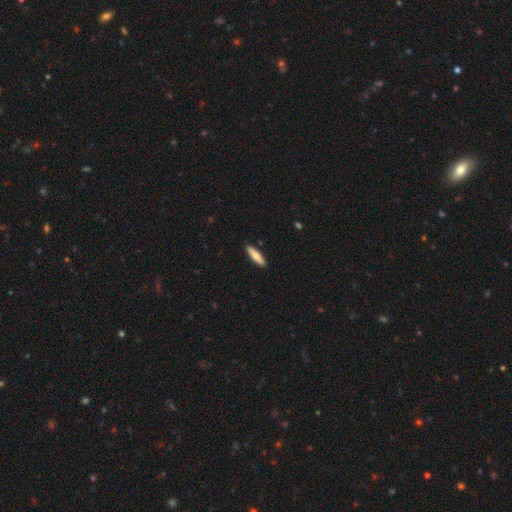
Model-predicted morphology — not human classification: Smooth or featured? Predicted: smooth (p=0.77). How rounded? Predicted: cigar-shaped (p=0.79). Merging? Predicted: none (p=0.90).